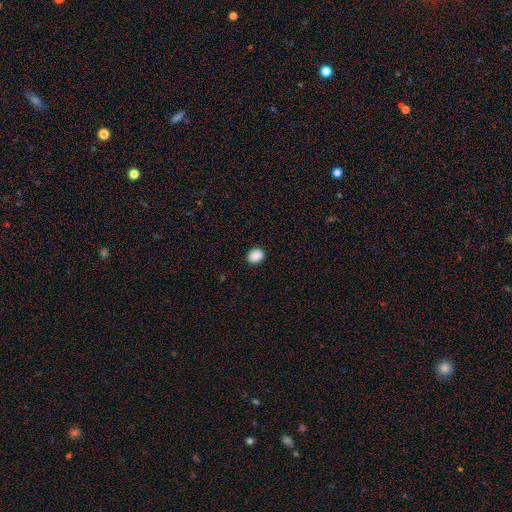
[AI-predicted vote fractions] The model was most divided on "how rounded": round: 52%, in between: 47%, cigar-shaped: 1%. More confident: merging — none (90%); smooth or featured — smooth (89%).